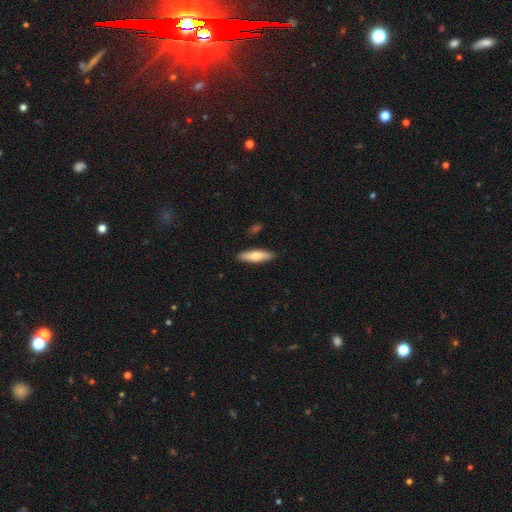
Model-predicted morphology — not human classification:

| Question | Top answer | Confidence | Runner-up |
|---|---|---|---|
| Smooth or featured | smooth | 72% | featured or disk (22%) |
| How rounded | cigar-shaped | 65% | in between (34%) |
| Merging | none | 88% | minor disturbance (8%) |